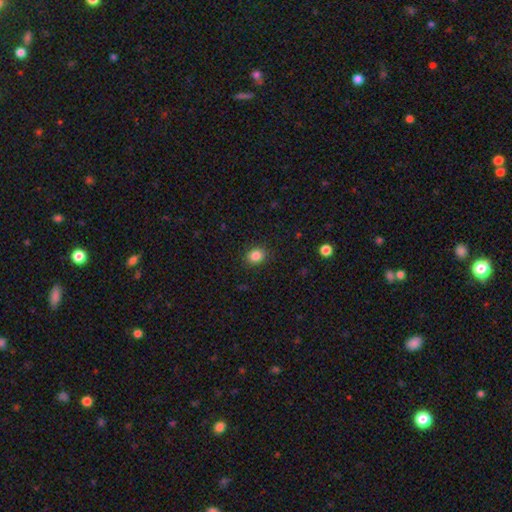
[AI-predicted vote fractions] Smooth or featured: smooth — 86% (star or artifact — 10%)
How rounded: round — 60% (in between — 39%)
Merging: none — 89% (minor disturbance — 8%)